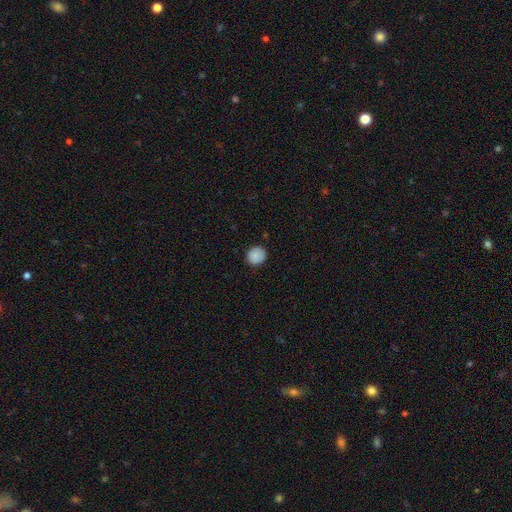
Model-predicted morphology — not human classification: Overall: smooth (88%). How rounded: round (87%). Merging: none (87%).